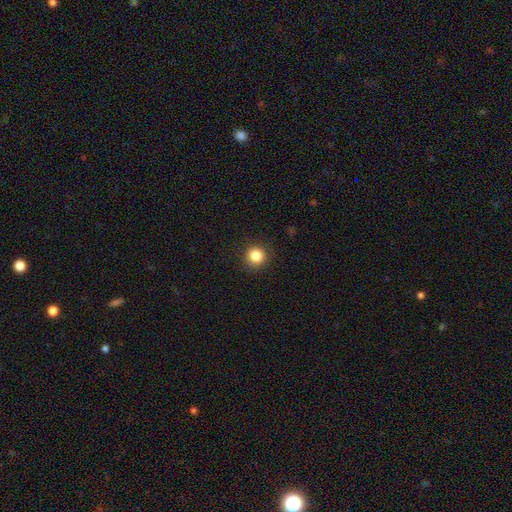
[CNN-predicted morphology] Smooth or featured?
  - smooth: 84% *
  - star or artifact: 11%
  - featured or disk: 5%
How rounded?
  - round: 94% *
  - in between: 5%
  - cigar-shaped: 1%
Merging?
  - none: 92% *
  - minor disturbance: 5%
  - major disturbance: 2%
  - merger: 1%